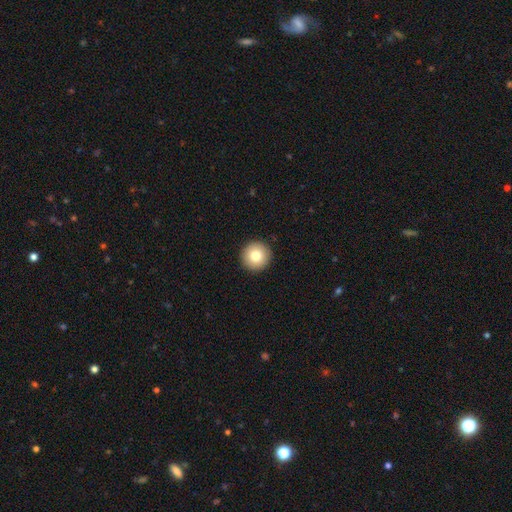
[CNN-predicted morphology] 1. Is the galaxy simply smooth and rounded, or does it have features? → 79% smooth, 11% featured or disk, 9% star or artifact.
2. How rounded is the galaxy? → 96% round, 3% in between, 1% cigar-shaped.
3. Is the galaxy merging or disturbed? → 93% none, 4% minor disturbance, 1% major disturbance, 1% merger.